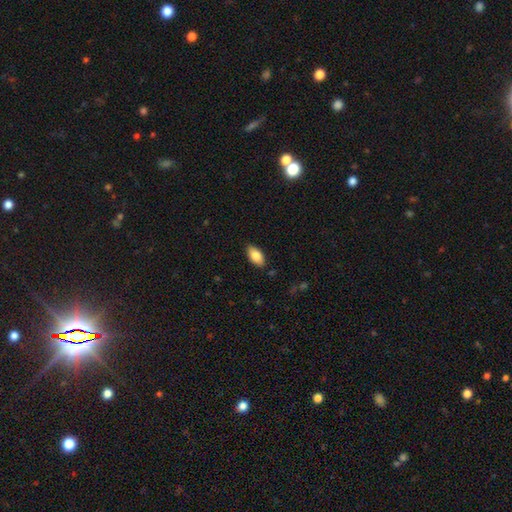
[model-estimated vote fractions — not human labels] Smooth or featured? smooth (82%)
How rounded? in between (92%)
Merging? none (86%)